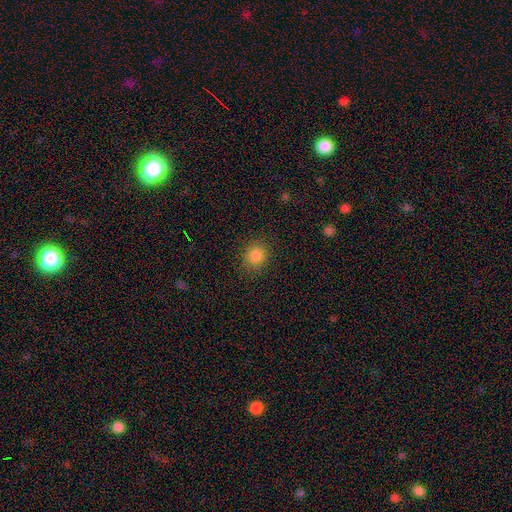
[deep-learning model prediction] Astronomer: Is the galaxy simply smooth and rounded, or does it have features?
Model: smooth — 84%.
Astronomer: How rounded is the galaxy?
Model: round — 80%.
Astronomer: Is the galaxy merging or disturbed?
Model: none — 88%.